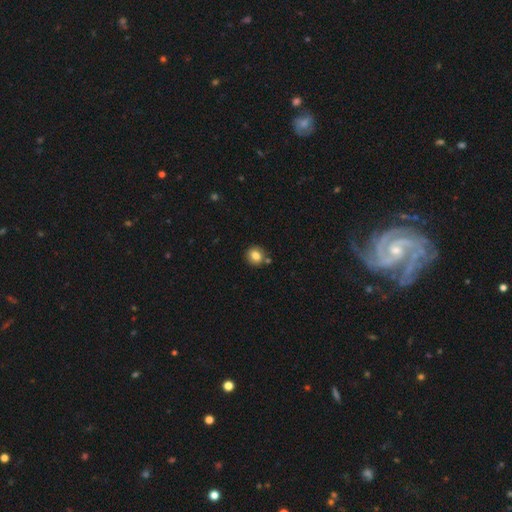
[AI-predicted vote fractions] A smooth galaxy with no disk features (83%) that is round (78%).

Vote fractions:
- Smooth or featured? smooth: 83% / star or artifact: 10% / featured or disk: 8%
- How rounded? round: 78% / in between: 21% / cigar-shaped: 1%
- Merging? none: 78% / minor disturbance: 11% / merger: 9% / major disturbance: 3%